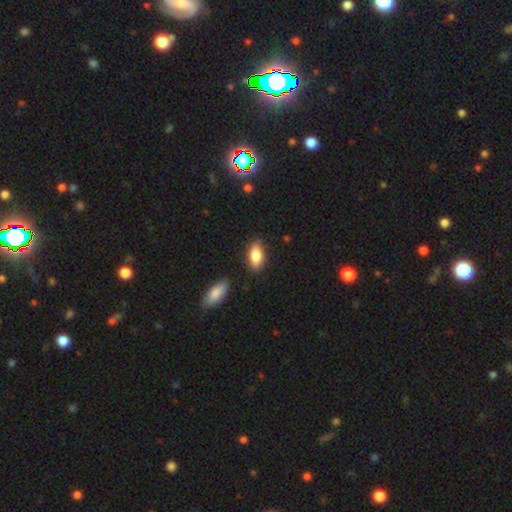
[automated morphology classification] The model was most divided on "merging": none: 80%, minor disturbance: 14%, merger: 3%, major disturbance: 3%. More confident: how rounded — in between (88%); smooth or featured — smooth (83%).